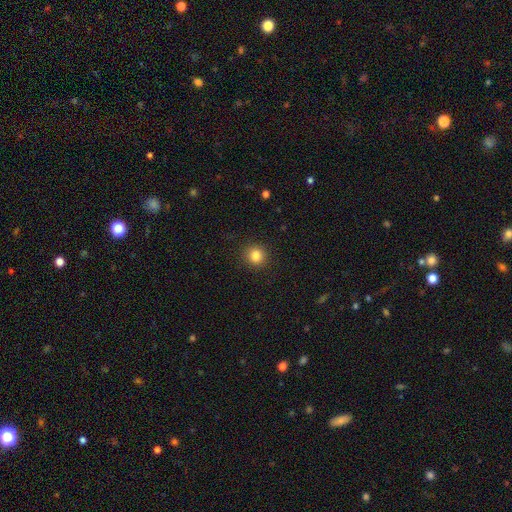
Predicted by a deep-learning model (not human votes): A smooth galaxy with no disk features (83%) that is round (88%). Merging: none (91%).